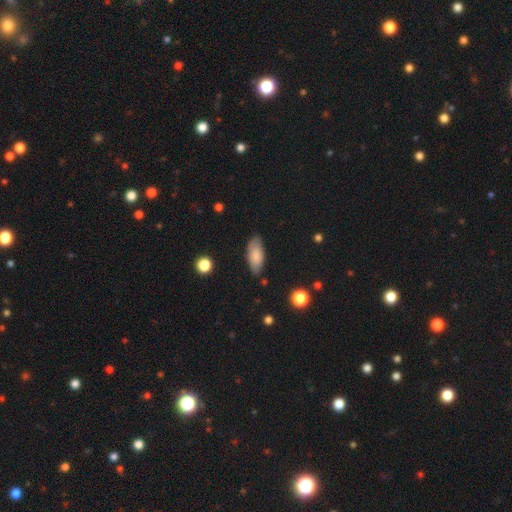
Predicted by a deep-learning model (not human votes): Smooth or featured? smooth (82%)
How rounded? in between (85%)
Merging? none (81%)